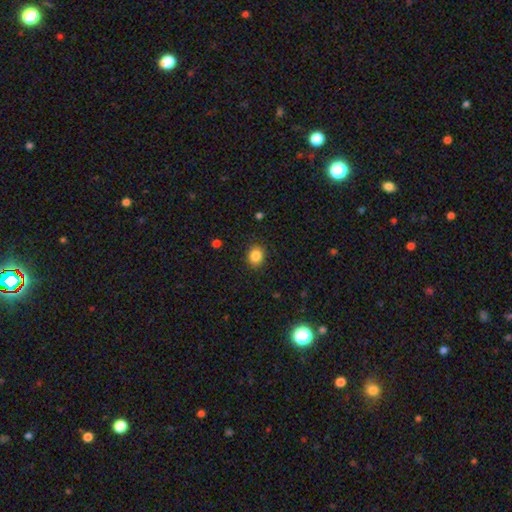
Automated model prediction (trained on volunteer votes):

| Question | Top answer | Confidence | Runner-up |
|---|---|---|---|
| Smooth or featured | smooth | 85% | star or artifact (10%) |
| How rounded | round | 66% | in between (33%) |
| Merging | none | 89% | minor disturbance (7%) |